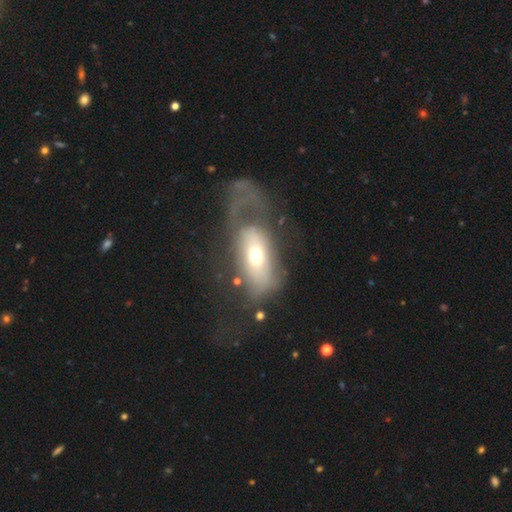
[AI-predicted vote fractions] Q: Smooth or featured?
A: featured or disk (49%); runner-up: smooth (43%)
Q: Merging?
A: major disturbance (63%); runner-up: none (18%)